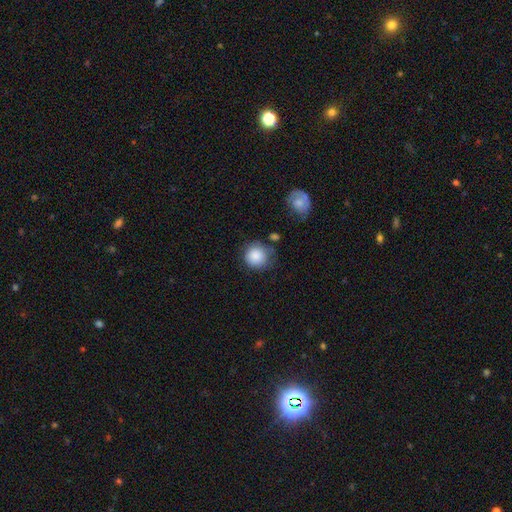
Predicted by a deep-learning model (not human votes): Smooth or featured? Predicted: smooth (p=0.87). How rounded? Predicted: round (p=0.90). Merging? Predicted: none (p=0.67).